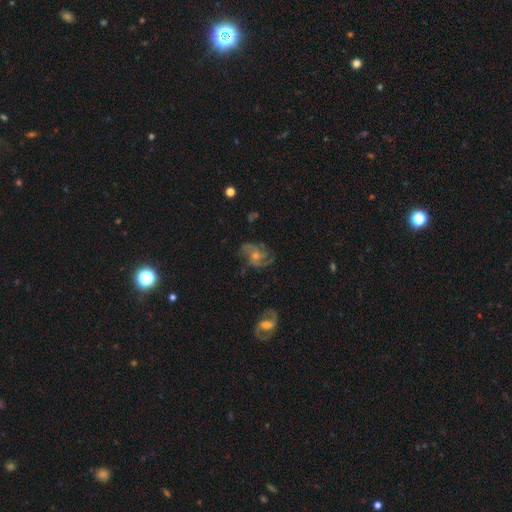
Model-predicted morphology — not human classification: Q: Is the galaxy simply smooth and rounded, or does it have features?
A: featured or disk — 78%.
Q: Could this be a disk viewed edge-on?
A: no — 97%.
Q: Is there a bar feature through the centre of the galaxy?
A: no — 70%.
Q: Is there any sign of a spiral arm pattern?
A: yes — 94%.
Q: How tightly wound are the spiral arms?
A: medium — 51%.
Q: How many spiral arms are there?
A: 3 — 39%.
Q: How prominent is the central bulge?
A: small — 47%, tied with moderate.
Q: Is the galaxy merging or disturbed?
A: none — 69%.